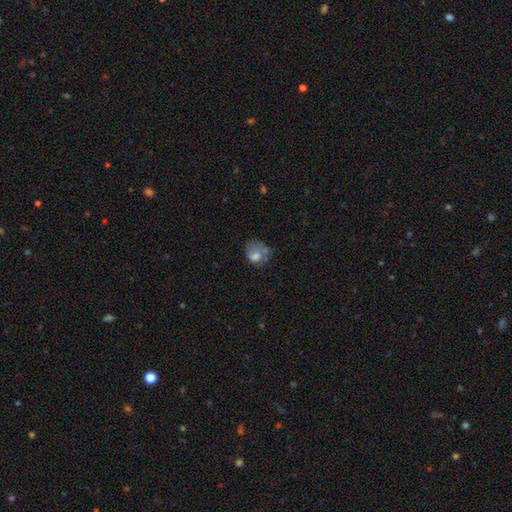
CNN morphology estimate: Q: Smooth or featured?
A: smooth (60%); runner-up: featured or disk (28%)
Q: How rounded?
A: round (52%); runner-up: in between (47%)
Q: Merging?
A: none (32%); runner-up: major disturbance (27%)